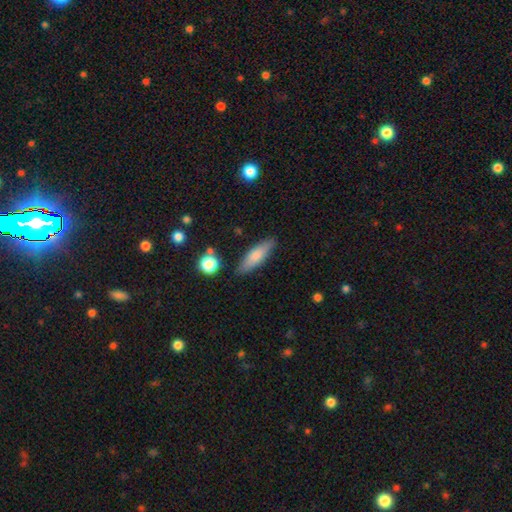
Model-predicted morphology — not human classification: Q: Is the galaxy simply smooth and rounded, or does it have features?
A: smooth — 74%.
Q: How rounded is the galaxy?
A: cigar-shaped — 54%.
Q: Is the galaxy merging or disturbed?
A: none — 83%.